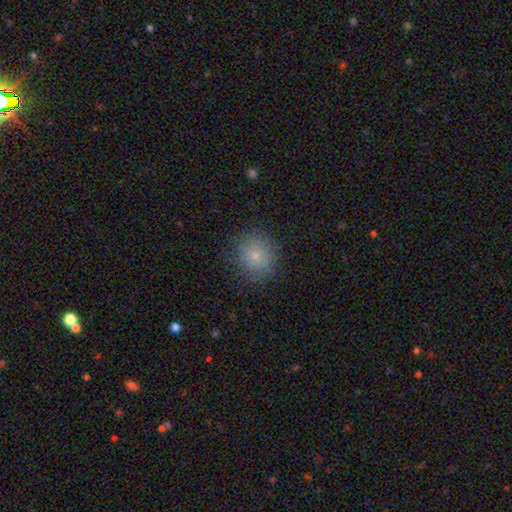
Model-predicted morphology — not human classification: type=smooth (80%); roundness=round (87%); merging=none (82%).